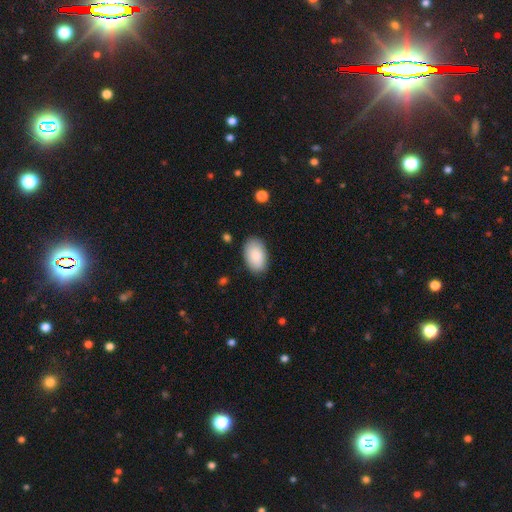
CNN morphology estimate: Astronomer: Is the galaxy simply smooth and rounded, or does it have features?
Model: smooth — 89%.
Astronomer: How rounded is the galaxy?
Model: in between — 94%.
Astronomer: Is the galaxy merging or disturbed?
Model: none — 85%.